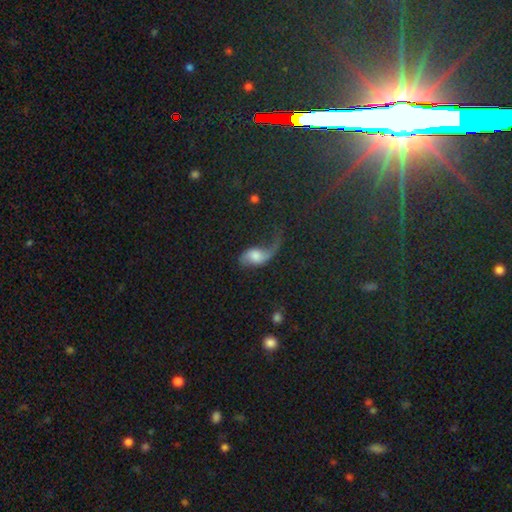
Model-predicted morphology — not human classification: Smooth or featured?
  - featured or disk: 54% *
  - smooth: 37%
  - star or artifact: 9%
Edge-on disk?
  - no: 95% *
  - yes: 5%
Bar?
  - no: 62% *
  - weak: 31%
  - strong: 7%
Spiral arms?
  - yes: 87% *
  - no: 13%
Bulge size?
  - moderate: 40% *
  - large: 24%
  - small: 21%
  - none: 10%
  - dominant: 5%
Merging?
  - major disturbance: 42% *
  - none: 32%
  - minor disturbance: 21%
  - merger: 5%